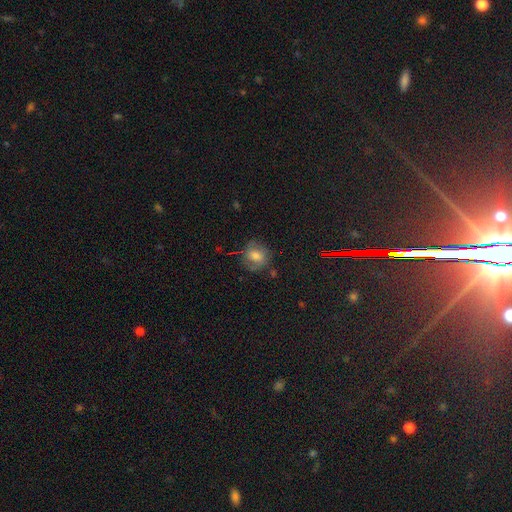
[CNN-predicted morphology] Overall: smooth (59%; featured or disk 27%). How rounded: round (71%). Merging: none (65%).